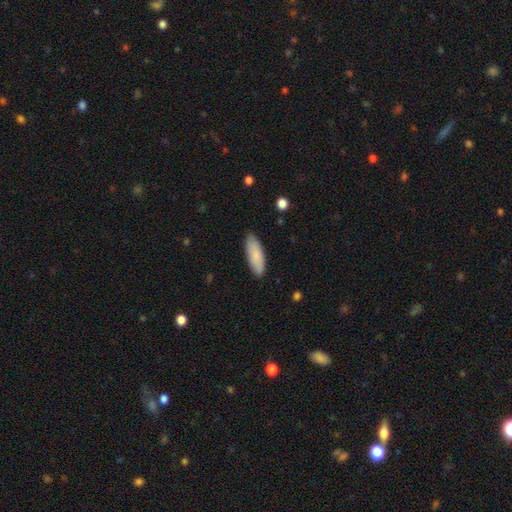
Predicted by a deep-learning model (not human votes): Smooth or featured? Predicted: smooth (p=0.85). How rounded? Predicted: in between (p=0.60). Merging? Predicted: none (p=0.87).